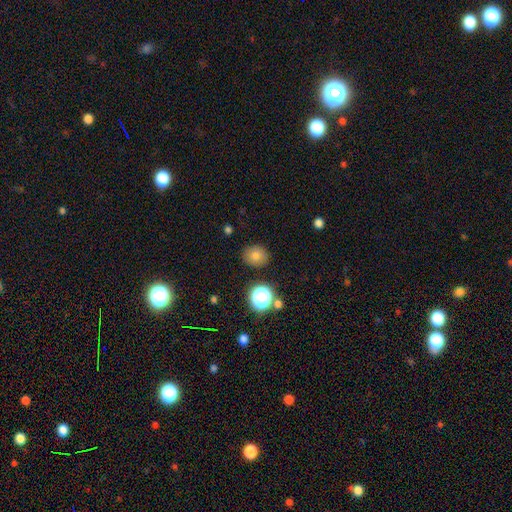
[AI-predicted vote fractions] smooth_or_featured: smooth (p=0.70) [alt: star or artifact p=0.20]
how_rounded: round (p=0.77) [alt: in between p=0.22]
merging: none (p=0.87) [alt: minor disturbance p=0.08]